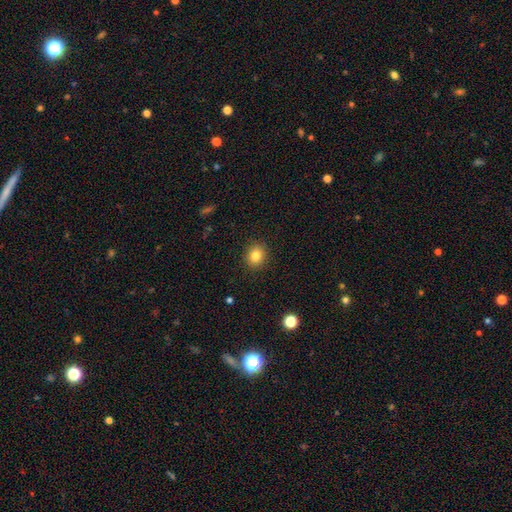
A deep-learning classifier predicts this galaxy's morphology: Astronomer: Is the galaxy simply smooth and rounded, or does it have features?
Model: smooth — 82%.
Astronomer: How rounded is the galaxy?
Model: round — 78%.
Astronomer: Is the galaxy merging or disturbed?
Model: none — 90%.